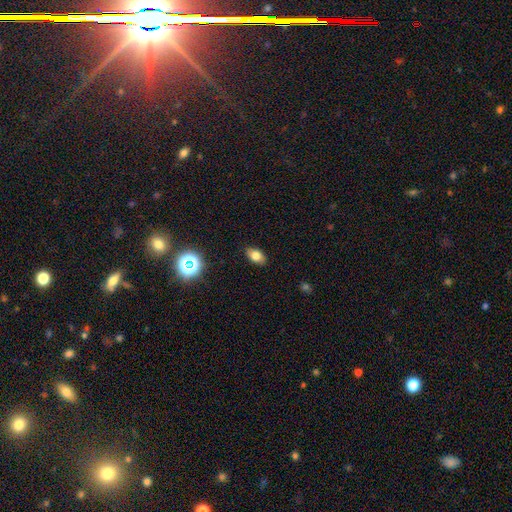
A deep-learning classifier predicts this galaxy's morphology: smooth_or_featured: smooth (p=0.76) [alt: star or artifact p=0.13]
how_rounded: in between (p=0.88) [alt: round p=0.10]
merging: none (p=0.87) [alt: minor disturbance p=0.10]